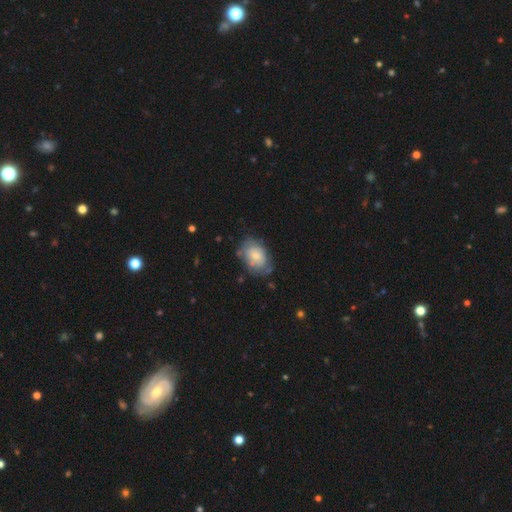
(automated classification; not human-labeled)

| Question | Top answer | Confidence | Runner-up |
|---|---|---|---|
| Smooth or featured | smooth | 59% | featured or disk (34%) |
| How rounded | in between | 81% | round (17%) |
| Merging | none | 59% | minor disturbance (27%) |